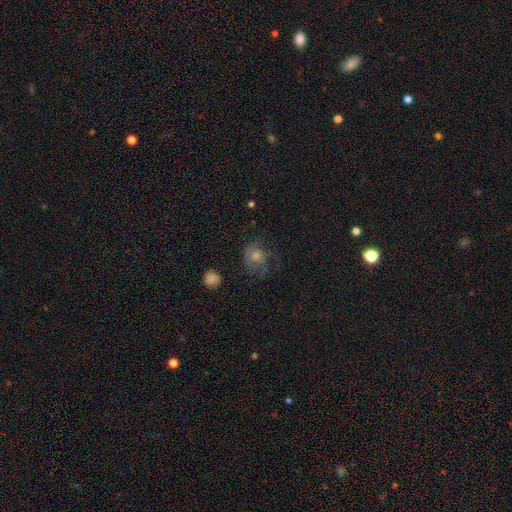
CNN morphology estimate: smooth 43%, featured or disk 37%, star or artifact 20%. Down the decision tree: merging — none (60%).